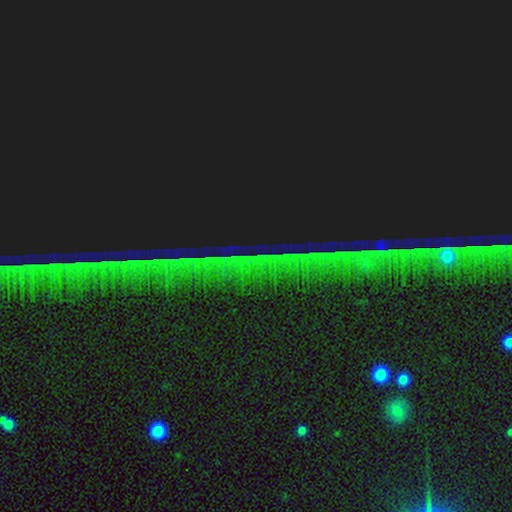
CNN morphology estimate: smooth_or_featured: star or artifact (p=0.87) [alt: featured or disk p=0.07]